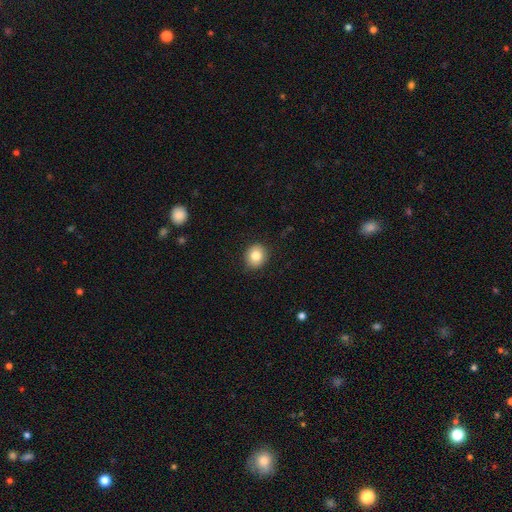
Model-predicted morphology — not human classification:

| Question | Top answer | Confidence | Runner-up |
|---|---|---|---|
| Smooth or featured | smooth | 82% | star or artifact (9%) |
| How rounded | round | 80% | in between (19%) |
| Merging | none | 90% | minor disturbance (8%) |